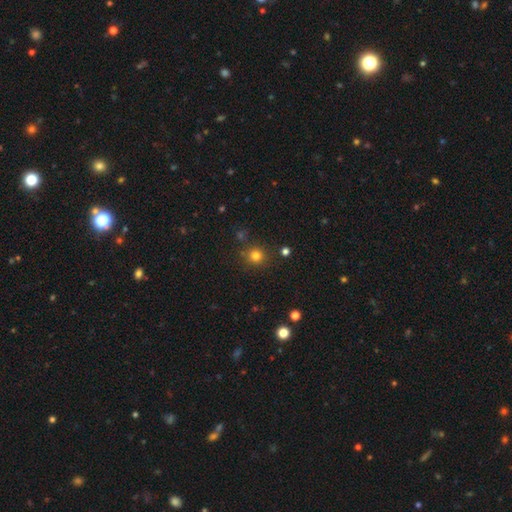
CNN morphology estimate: This appears to be a smooth galaxy with no disk features (77%) that is round (92%). Merging: none (84%).